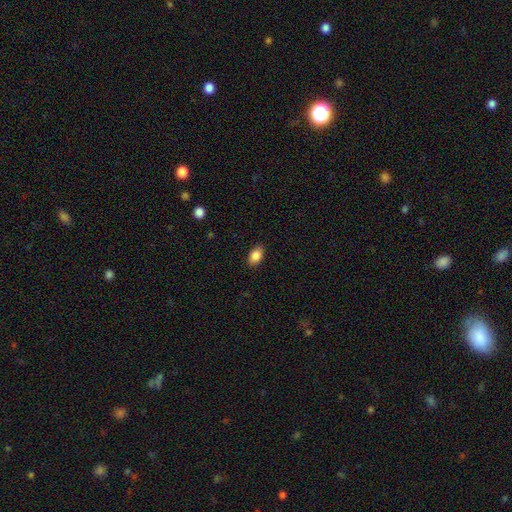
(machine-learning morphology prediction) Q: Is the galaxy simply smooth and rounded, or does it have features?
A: smooth — 87%.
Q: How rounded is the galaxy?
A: in between — 88%.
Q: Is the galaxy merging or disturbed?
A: none — 88%.